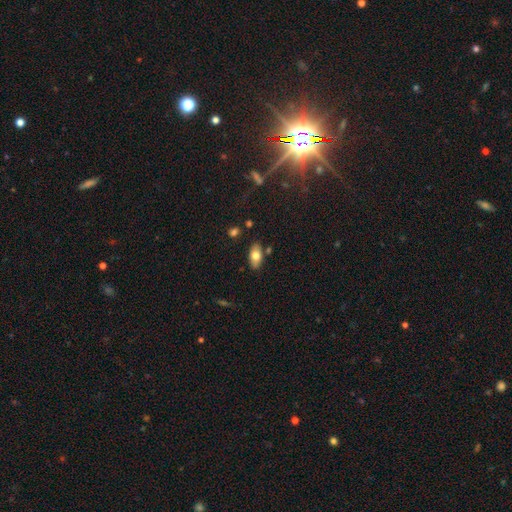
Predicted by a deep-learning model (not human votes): Smooth or featured? Predicted: smooth (p=0.74). How rounded? Predicted: in between (p=0.91). Merging? Predicted: none (p=0.82).